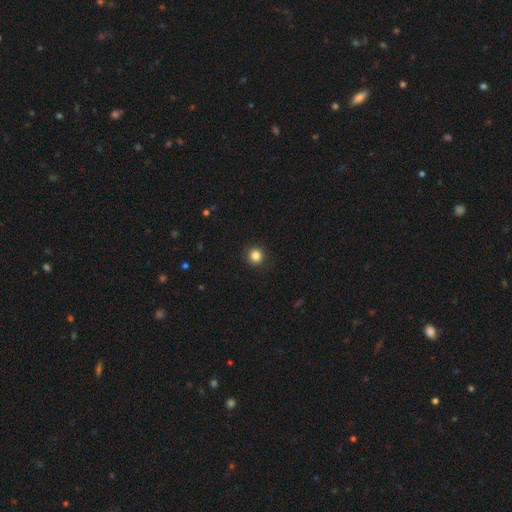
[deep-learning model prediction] This appears to be a smooth galaxy with no disk features (84%) that is round (93%). Merging: none (92%).